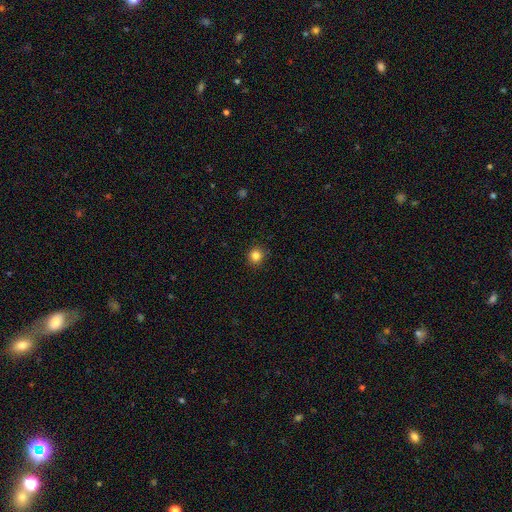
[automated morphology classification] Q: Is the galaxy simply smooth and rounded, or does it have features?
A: smooth — 84%.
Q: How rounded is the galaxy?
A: round — 90%.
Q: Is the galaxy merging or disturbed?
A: none — 90%.